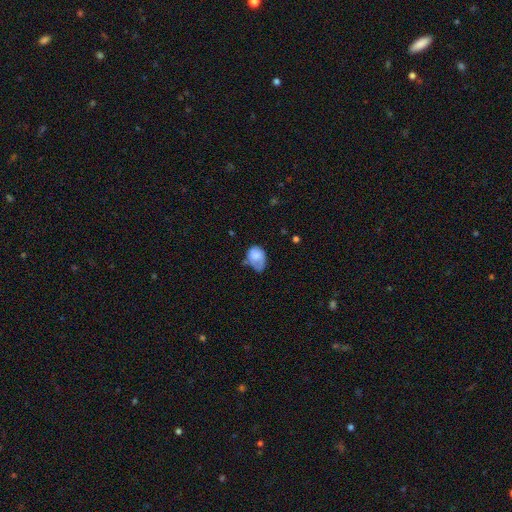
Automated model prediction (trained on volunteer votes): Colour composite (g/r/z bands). It shows a smooth galaxy with no disk features (69%) that is in between round and cigar-shaped (77%). Merging: minor disturbance (42%).